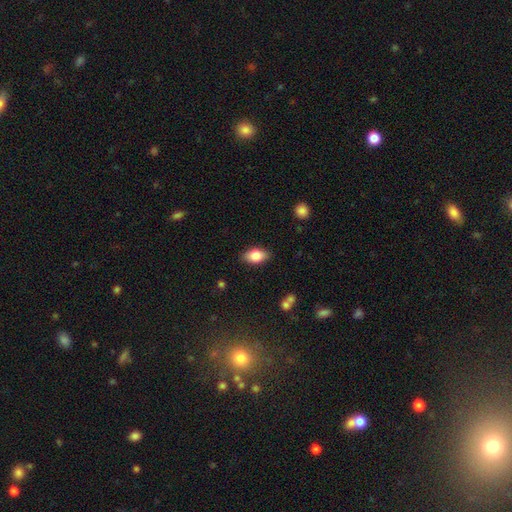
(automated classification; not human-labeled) smooth-or-featured: smooth: 81% | featured or disk: 11% | star or artifact: 7%
  how-rounded: in between: 90% | round: 8% | cigar-shaped: 3%
  merging: none: 86% | minor disturbance: 11% | major disturbance: 2% | merger: 1%